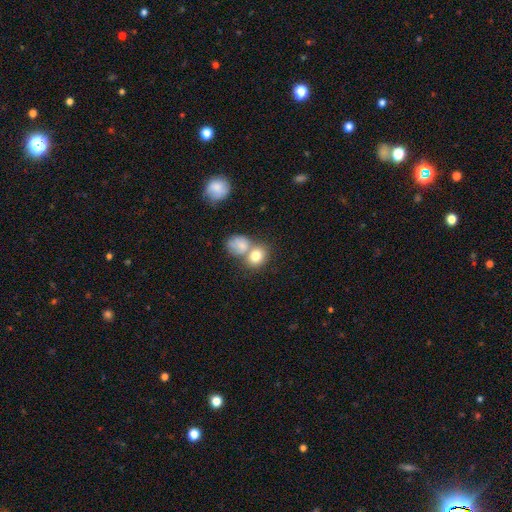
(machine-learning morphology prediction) Smooth or featured: smooth — 79% (featured or disk — 12%)
How rounded: round — 55% (in between — 44%)
Merging: merger — 47% (none — 38%)